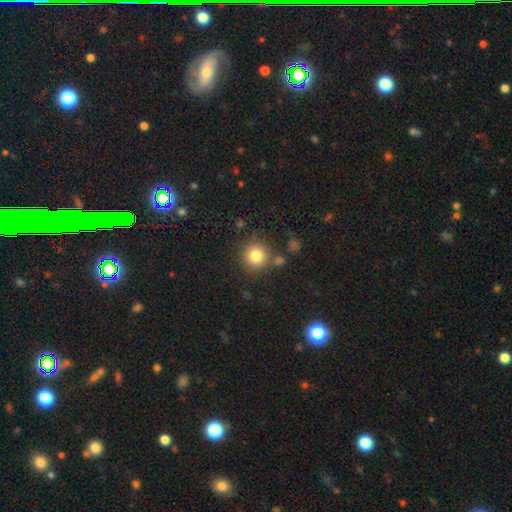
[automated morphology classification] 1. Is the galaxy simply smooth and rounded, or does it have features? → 81% smooth, 12% star or artifact, 7% featured or disk.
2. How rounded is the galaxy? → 93% round, 6% in between, 1% cigar-shaped.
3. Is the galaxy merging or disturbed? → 80% none, 9% minor disturbance, 7% merger, 3% major disturbance.